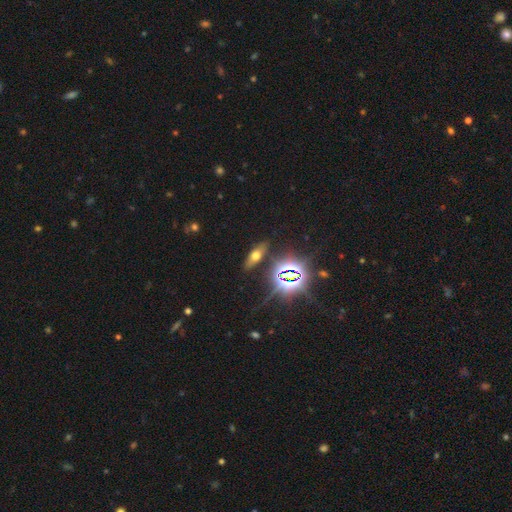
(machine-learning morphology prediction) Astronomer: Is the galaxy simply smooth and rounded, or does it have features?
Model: smooth — 42% (runner-up: star or artifact, 34%).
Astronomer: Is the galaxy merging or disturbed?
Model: none — 84%.